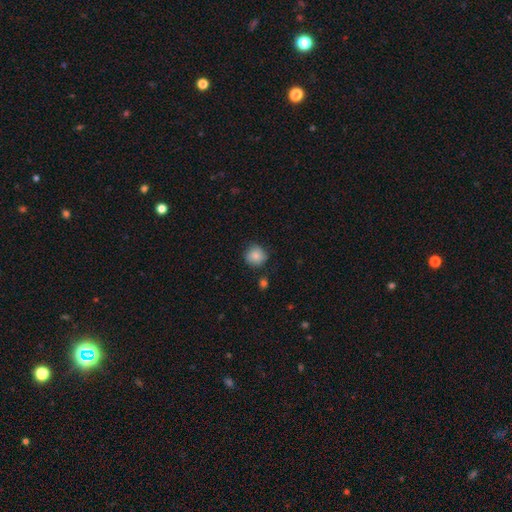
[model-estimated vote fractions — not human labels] Smooth or featured? Predicted: smooth (p=0.82). How rounded? Predicted: round (p=0.89). Merging? Predicted: none (p=0.75).